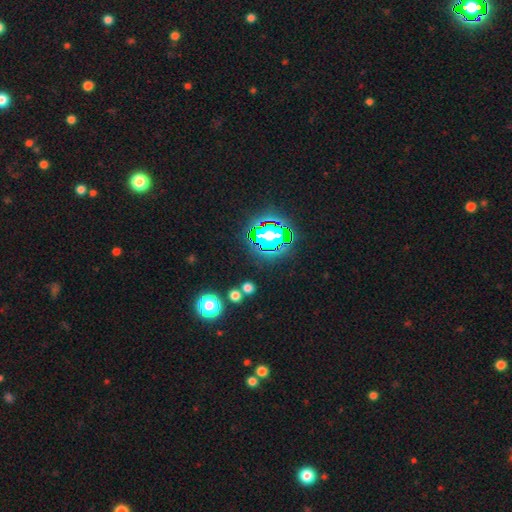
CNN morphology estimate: This appears to be a star or artifact, not a galaxy (82%).